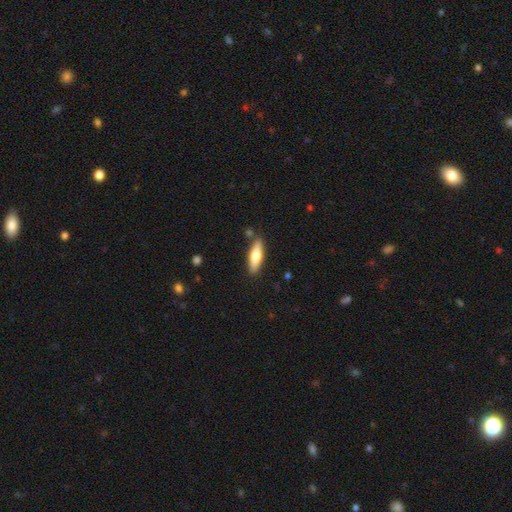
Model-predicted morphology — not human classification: smooth-or-featured: smooth: 65% | featured or disk: 30% | star or artifact: 5%
  how-rounded: cigar-shaped: 56% | in between: 42% | round: 2%
  merging: none: 84% | minor disturbance: 10% | merger: 3% | major disturbance: 2%